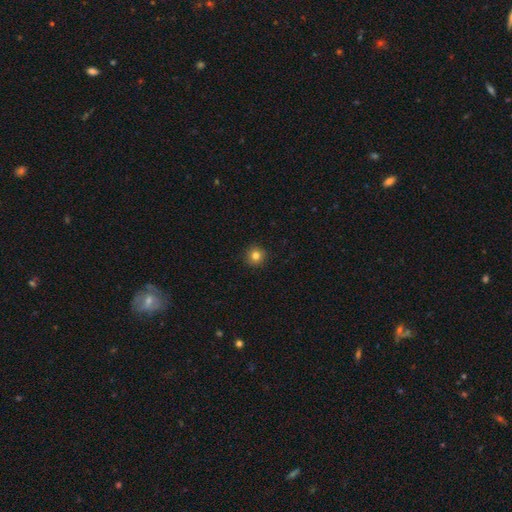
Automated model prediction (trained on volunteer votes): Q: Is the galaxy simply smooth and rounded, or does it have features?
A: smooth — 82%.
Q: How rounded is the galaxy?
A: round — 95%.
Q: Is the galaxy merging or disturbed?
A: none — 93%.